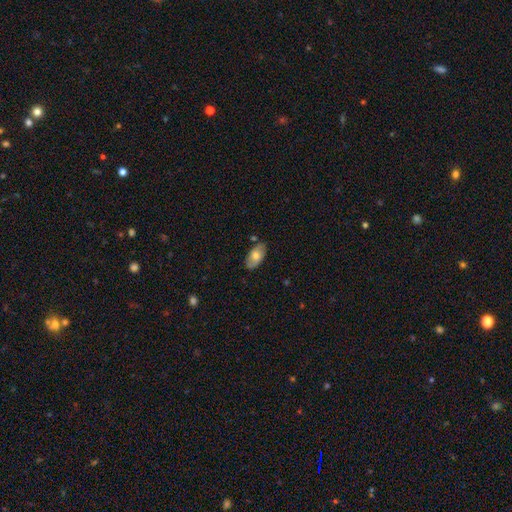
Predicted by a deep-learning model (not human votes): Morphology: type=smooth (59%); roundness=in between (94%); merging=none (76%).